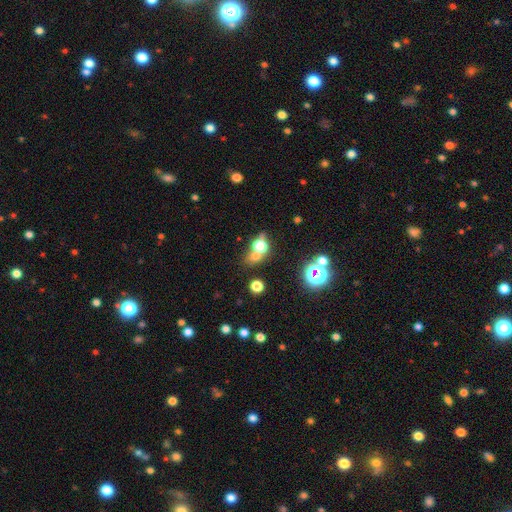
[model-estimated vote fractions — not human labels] Smooth or featured? Predicted: smooth (p=0.58). How rounded? Predicted: round (p=0.70). Merging? Predicted: none (p=0.50).